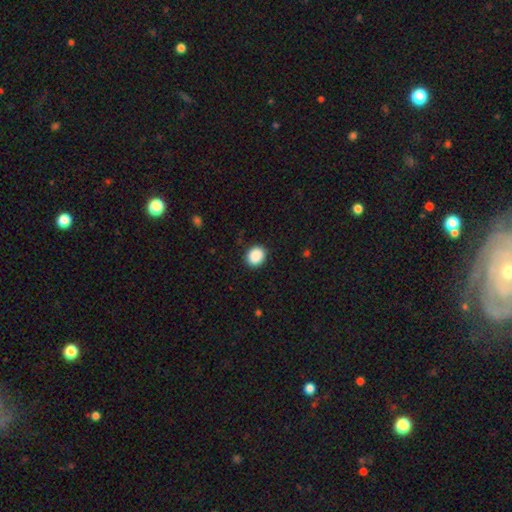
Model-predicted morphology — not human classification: This is clearly a smooth galaxy (89%). How rounded: likely round (68%). Merging: clearly none (90%).